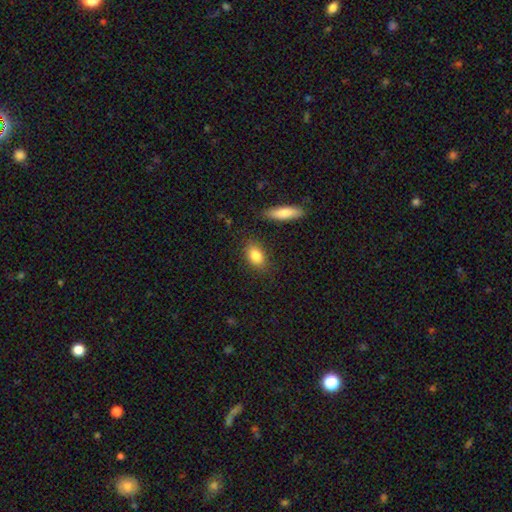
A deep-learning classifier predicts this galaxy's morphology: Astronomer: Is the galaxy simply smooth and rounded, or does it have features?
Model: smooth — 84%.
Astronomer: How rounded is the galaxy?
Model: in between — 83%.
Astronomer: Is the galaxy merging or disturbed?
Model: none — 82%.